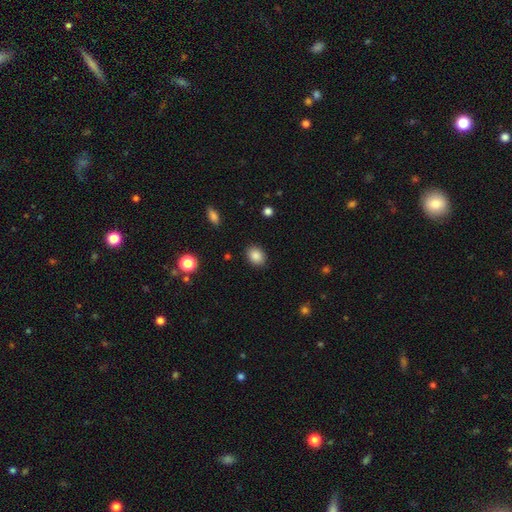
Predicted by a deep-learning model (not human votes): Smooth or featured? Predicted: smooth (p=0.87). How rounded? Predicted: in between (p=0.59). Merging? Predicted: none (p=0.89).